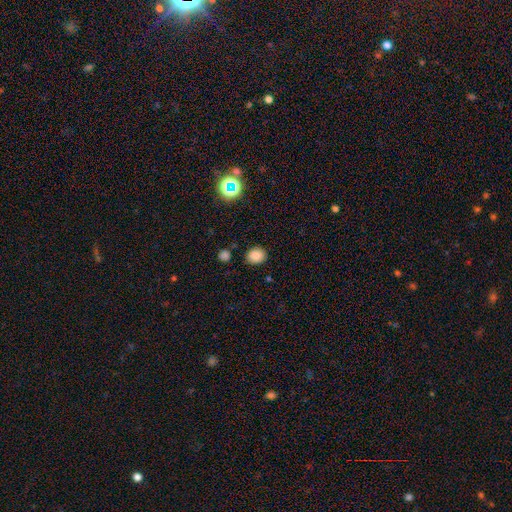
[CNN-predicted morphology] Q: Smooth or featured?
A: smooth (84%); runner-up: star or artifact (12%)
Q: How rounded?
A: round (58%); runner-up: in between (41%)
Q: Merging?
A: none (84%); runner-up: minor disturbance (10%)